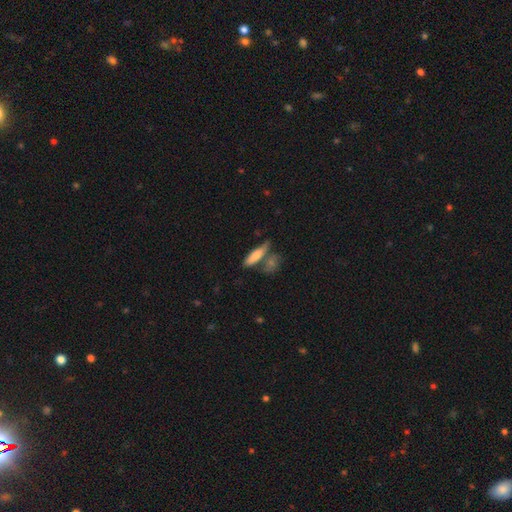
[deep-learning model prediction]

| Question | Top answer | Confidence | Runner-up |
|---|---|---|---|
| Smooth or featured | smooth | 73% | featured or disk (20%) |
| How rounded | cigar-shaped | 64% | in between (33%) |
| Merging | none | 58% | merger (23%) |